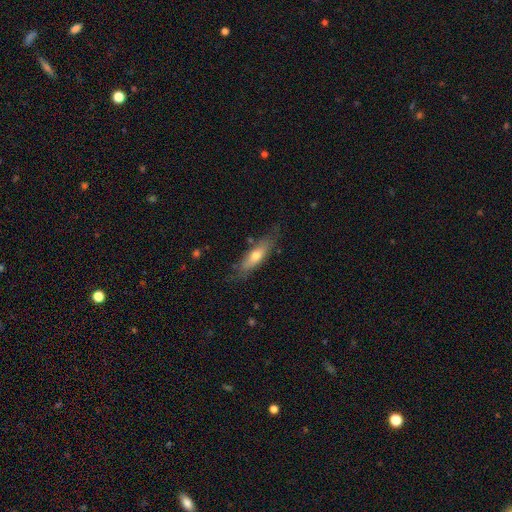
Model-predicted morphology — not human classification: smooth 57%, featured or disk 37%, star or artifact 6%. Down the decision tree: how rounded — cigar-shaped (60%); merging — none (75%).